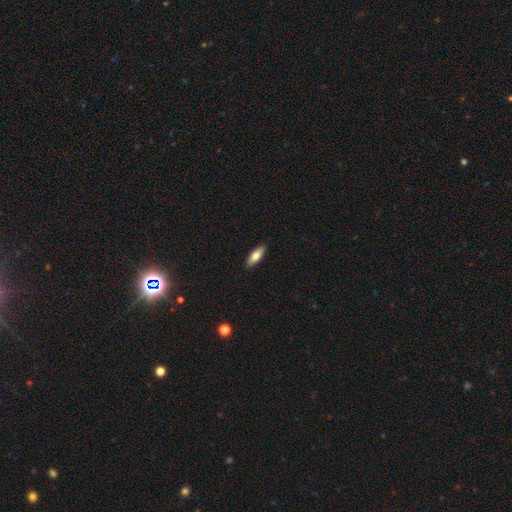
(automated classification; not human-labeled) Smooth or featured? Predicted: smooth (p=0.72). How rounded? Predicted: in between (p=0.55). Merging? Predicted: none (p=0.89).